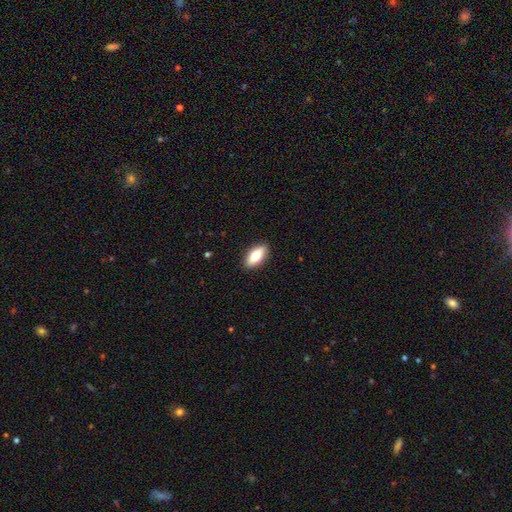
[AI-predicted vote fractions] smooth_or_featured: smooth (p=0.77) [alt: featured or disk p=0.16]
how_rounded: in between (p=0.84) [alt: cigar-shaped p=0.13]
merging: none (p=0.89) [alt: minor disturbance p=0.08]